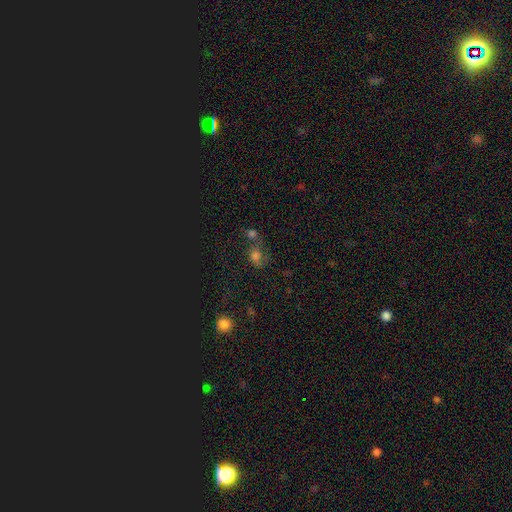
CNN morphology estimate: This appears to be a smooth galaxy with no disk features (59%) that is round (52%). Merging: merger (40%).